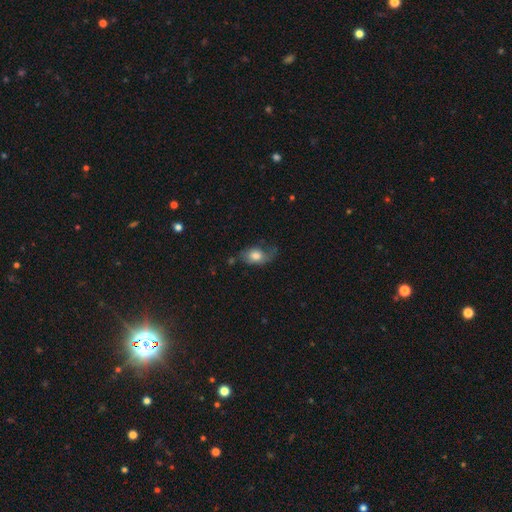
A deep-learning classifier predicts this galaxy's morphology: smooth 67%, featured or disk 25%, star or artifact 8%. Down the decision tree: how rounded — in between (78%); merging — none (42%).